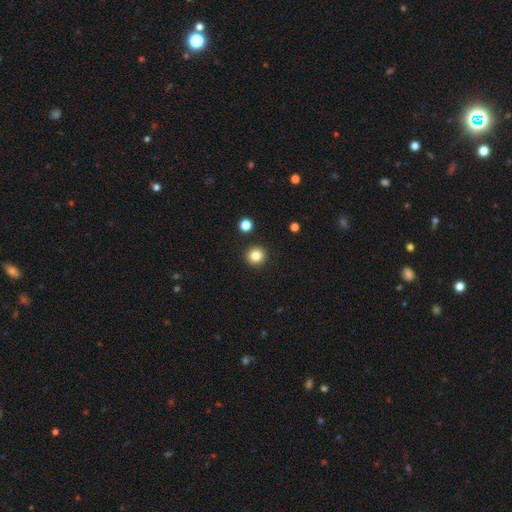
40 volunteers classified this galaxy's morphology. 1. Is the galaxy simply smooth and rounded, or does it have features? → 92% smooth, 5% star or artifact, 2% featured or disk.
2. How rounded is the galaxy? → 97% round, 3% in between, 0% cigar-shaped.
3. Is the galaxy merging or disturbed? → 92% none, 5% minor disturbance, 3% merger, 0% major disturbance.